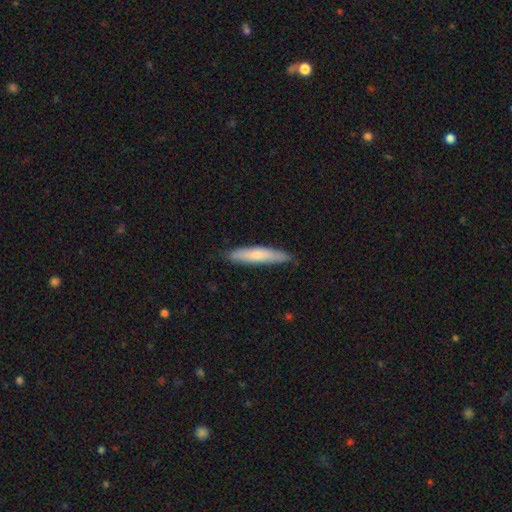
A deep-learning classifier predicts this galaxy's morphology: A smooth galaxy with no disk features (62%) that is cigar-shaped (90%).

Vote fractions:
- Smooth or featured? smooth: 62% / featured or disk: 32% / star or artifact: 6%
- How rounded? cigar-shaped: 90% / in between: 9% / round: 1%
- Merging? none: 87% / minor disturbance: 11% / major disturbance: 2% / merger: 1%